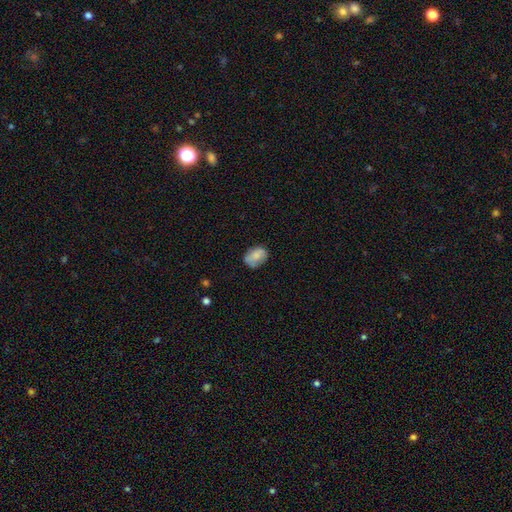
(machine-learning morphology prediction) This appears to be a smooth galaxy with no disk features (69%) that is in between round and cigar-shaped (71%). Merging: none (62%).